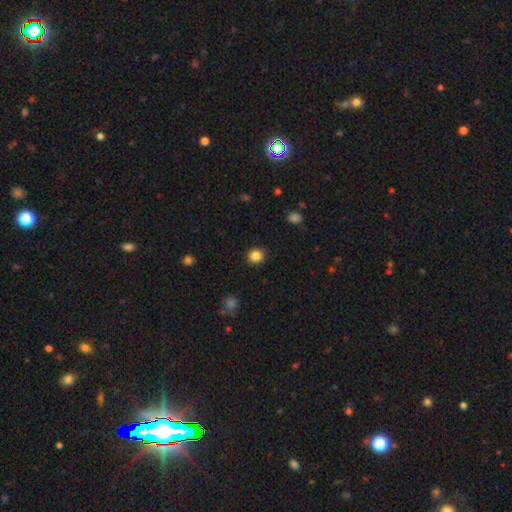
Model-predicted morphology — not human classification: type=smooth (86%); roundness=round (87%); merging=none (90%).